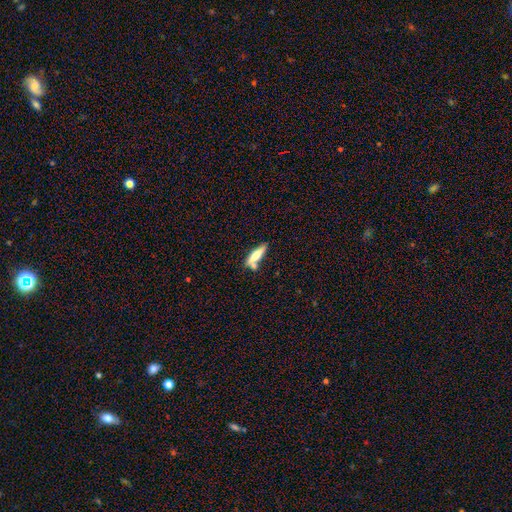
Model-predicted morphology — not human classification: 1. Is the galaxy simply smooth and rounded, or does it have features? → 64% smooth, 30% featured or disk, 6% star or artifact.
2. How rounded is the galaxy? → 66% cigar-shaped, 32% in between, 2% round.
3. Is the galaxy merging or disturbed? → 58% none, 21% merger, 16% minor disturbance, 5% major disturbance.